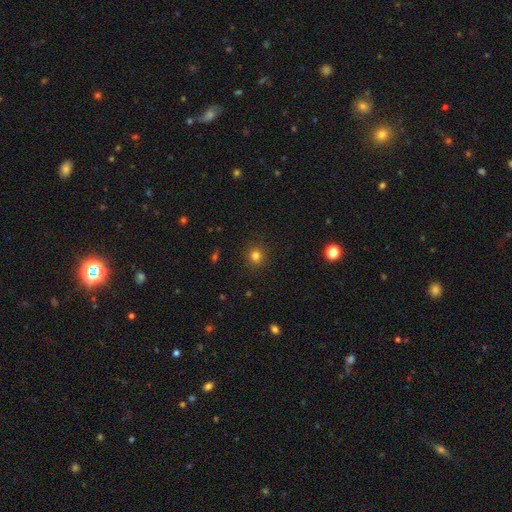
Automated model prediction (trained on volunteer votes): Smooth or featured? Predicted: smooth (p=0.79). How rounded? Predicted: round (p=0.90). Merging? Predicted: none (p=0.90).